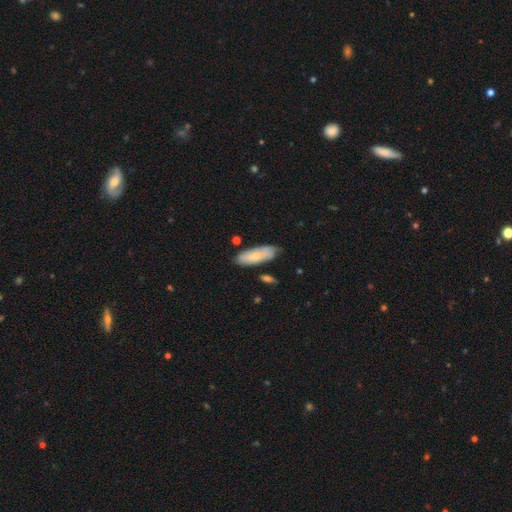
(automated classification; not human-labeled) smooth_or_featured: smooth (p=0.64) [alt: featured or disk p=0.30]
how_rounded: in between (p=0.67) [alt: cigar-shaped p=0.31]
merging: none (p=0.74) [alt: minor disturbance p=0.19]